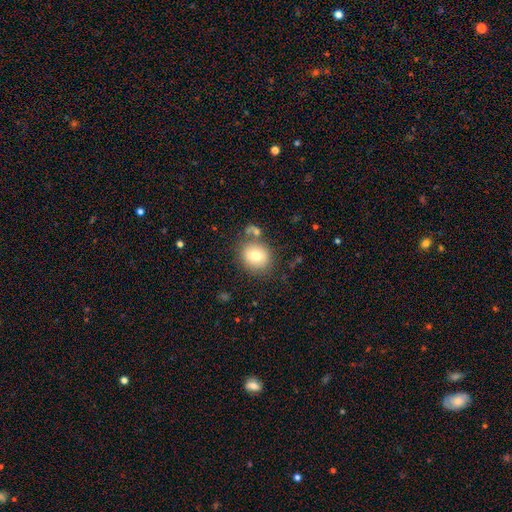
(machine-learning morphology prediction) The model was most divided on "how rounded": round: 79%, in between: 20%, cigar-shaped: 1%. More confident: smooth or featured — smooth (75%); merging — none (73%).